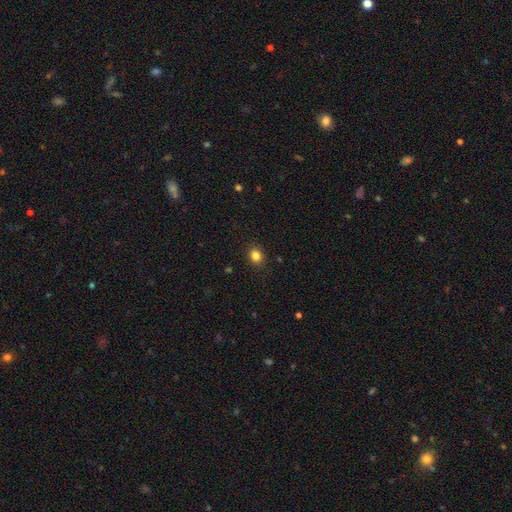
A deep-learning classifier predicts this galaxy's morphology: type=smooth (84%); roundness=round (65%); merging=none (90%).